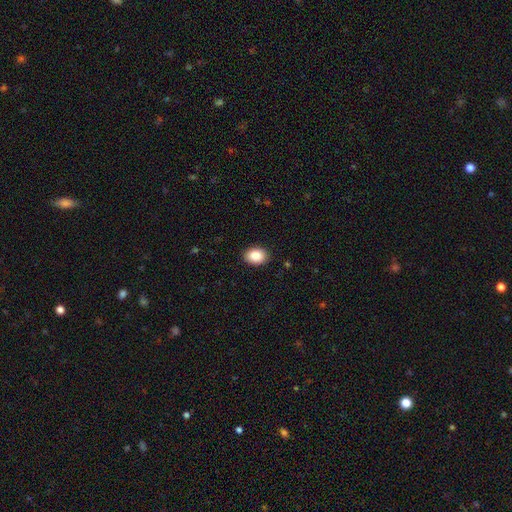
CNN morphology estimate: A smooth galaxy with no disk features (90%) that is in between round and cigar-shaped (72%).

Vote fractions:
- Smooth or featured? smooth: 90% / star or artifact: 7% / featured or disk: 3%
- How rounded? in between: 72% / round: 27% / cigar-shaped: 1%
- Merging? none: 89% / minor disturbance: 8% / major disturbance: 2% / merger: 1%